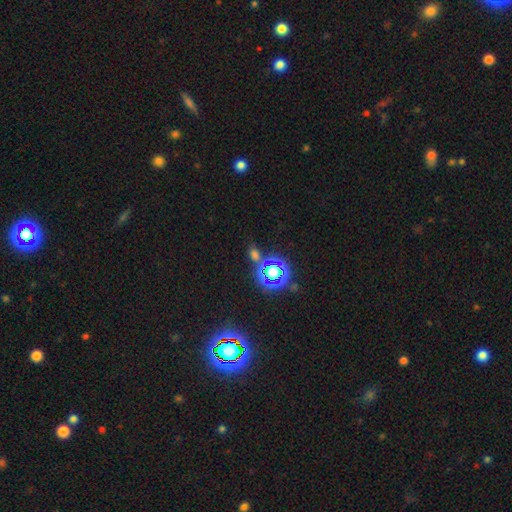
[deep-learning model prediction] Q: Smooth or featured?
A: star or artifact (66%); runner-up: smooth (25%)